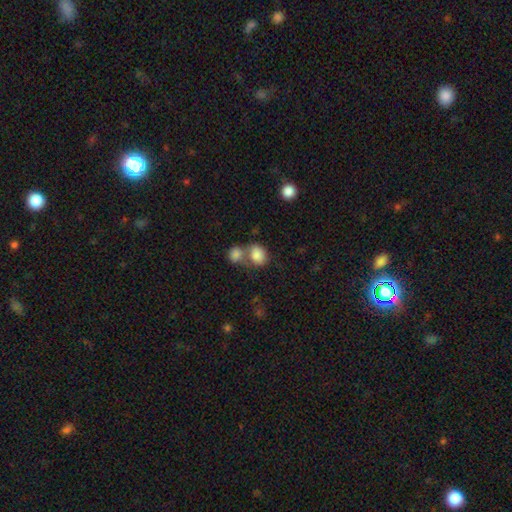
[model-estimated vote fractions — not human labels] This appears to be a smooth galaxy with no disk features (84%) that is in between round and cigar-shaped (52%). Merging: merger (56%).